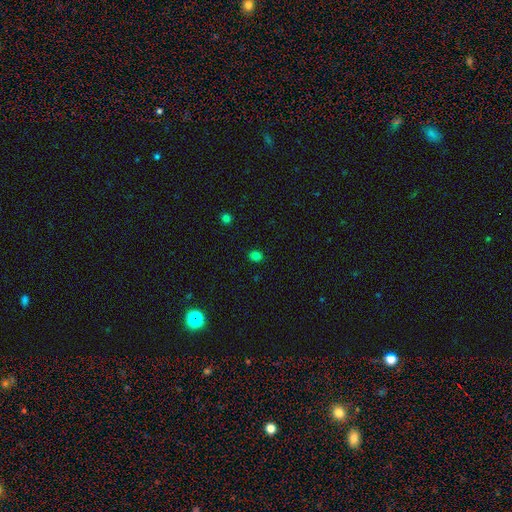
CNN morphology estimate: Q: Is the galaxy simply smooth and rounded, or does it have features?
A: smooth — 78%.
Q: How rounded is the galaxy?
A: round — 60%.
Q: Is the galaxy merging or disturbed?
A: none — 88%.